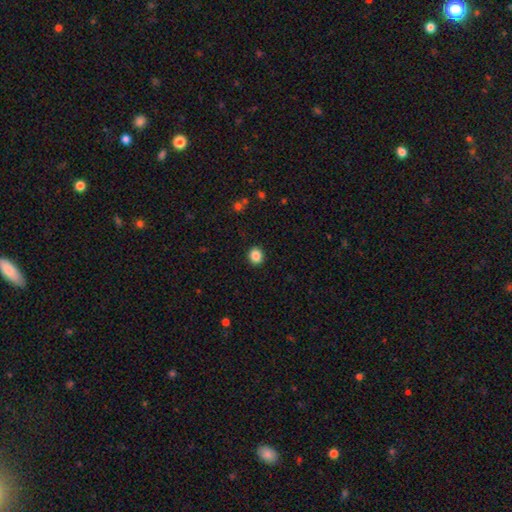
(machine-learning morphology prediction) Smooth or featured? Predicted: smooth (p=0.87). How rounded? Predicted: round (p=0.82). Merging? Predicted: none (p=0.92).